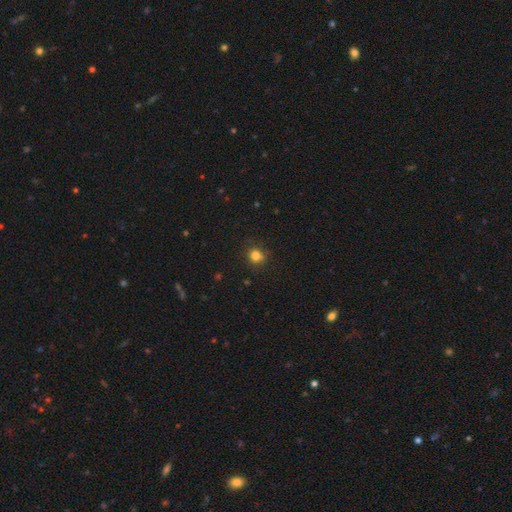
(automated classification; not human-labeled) Morphology: type=smooth (81%); roundness=round (87%); merging=none (86%).